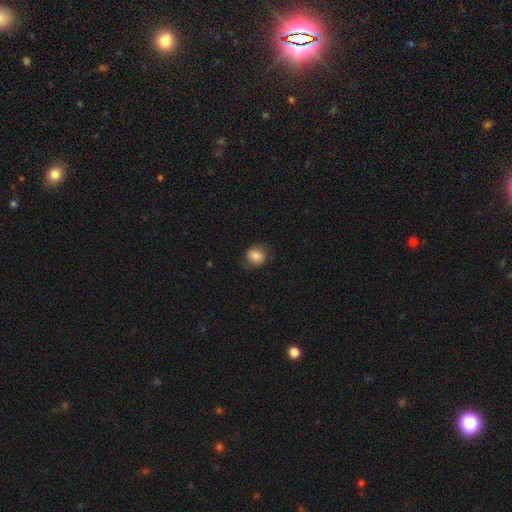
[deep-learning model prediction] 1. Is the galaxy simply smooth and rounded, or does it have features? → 81% smooth, 11% featured or disk, 8% star or artifact.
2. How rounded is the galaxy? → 70% round, 29% in between, 1% cigar-shaped.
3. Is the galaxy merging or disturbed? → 73% none, 19% minor disturbance, 7% major disturbance, 1% merger.